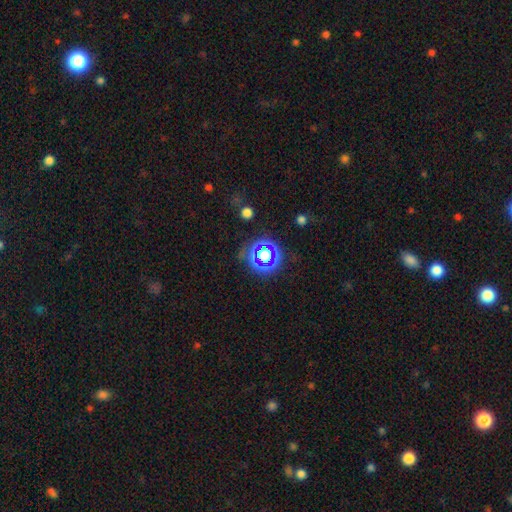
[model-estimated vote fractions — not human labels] Smooth or featured? star or artifact (71%)